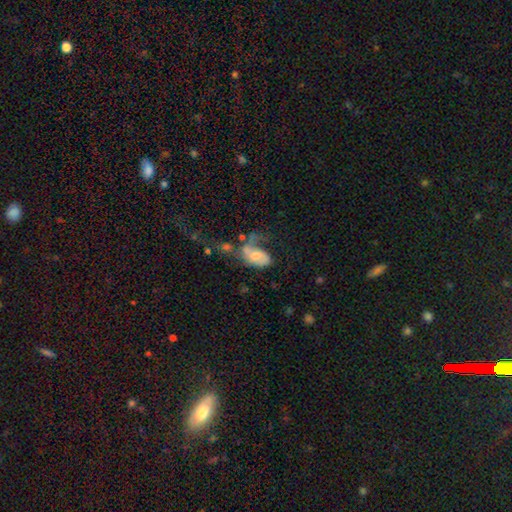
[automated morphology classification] featured or disk 52%, smooth 40%, star or artifact 8%. Down the decision tree: edge-on disk — no (96%); merging — major disturbance (43%).